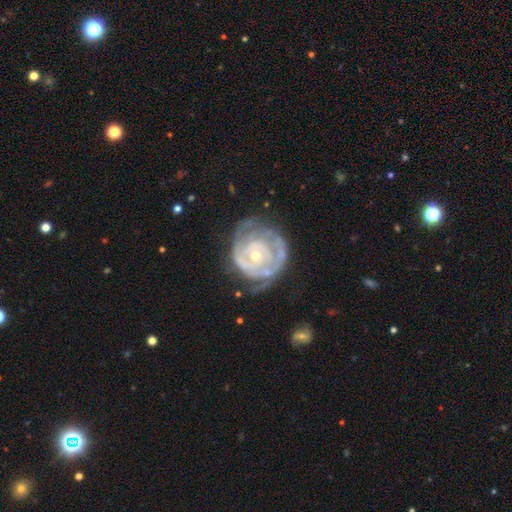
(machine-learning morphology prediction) featured or disk 85%, smooth 10%, star or artifact 5%. Down the decision tree: edge-on disk — no (98%); bar — no (74%); spiral arms — yes (88%); spiral arm count — can't tell (36%); spiral winding — tight (75%); bulge size — small (61%); merging — none (55%).